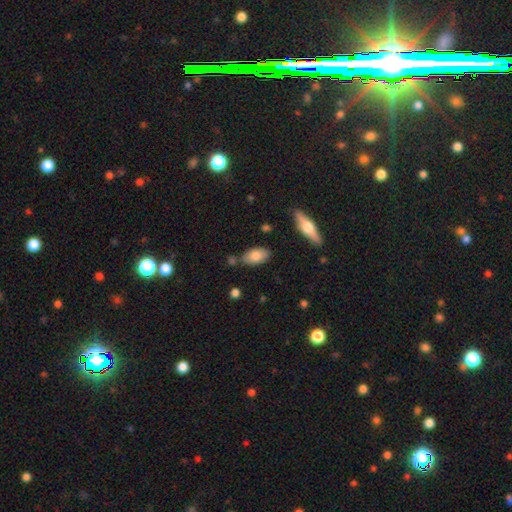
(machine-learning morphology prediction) This appears to be a smooth galaxy with no disk features (79%) that is in between round and cigar-shaped (92%). Merging: none (75%).